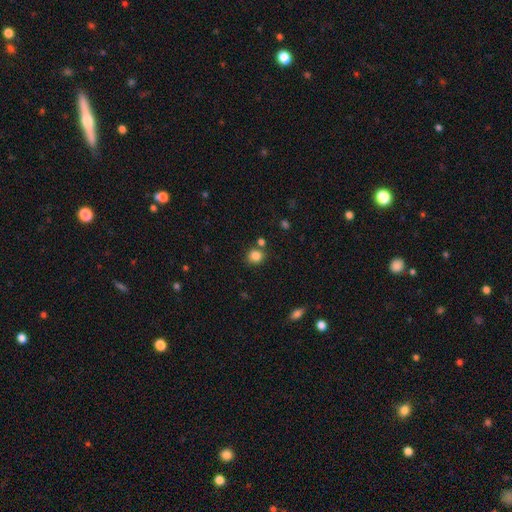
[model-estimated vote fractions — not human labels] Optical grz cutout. It shows a smooth galaxy with no disk features (84%) that is round (83%). Merging: none (76%).